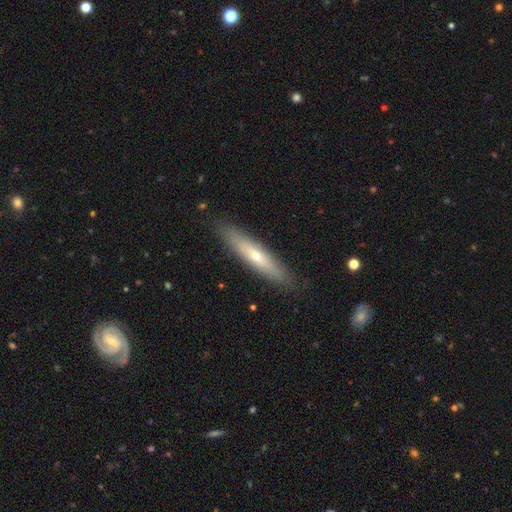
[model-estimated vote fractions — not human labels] Morphology: type=smooth (50%); merging=none (88%).